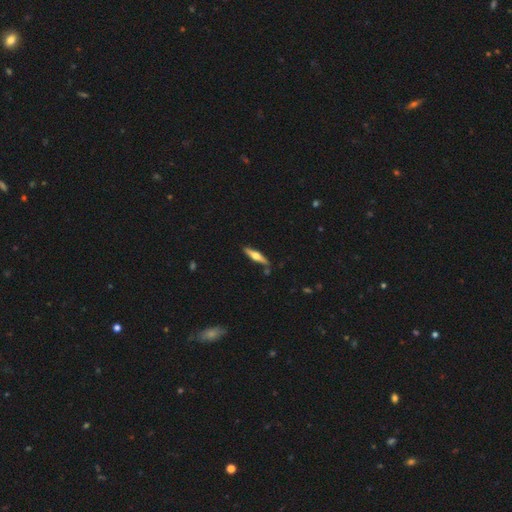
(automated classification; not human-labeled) This is likely a featured or disk galaxy (60%). It is clearly viewed edge-on (96%). Edge-on bulge: clearly rounded (92%). Merging: clearly none (83%).